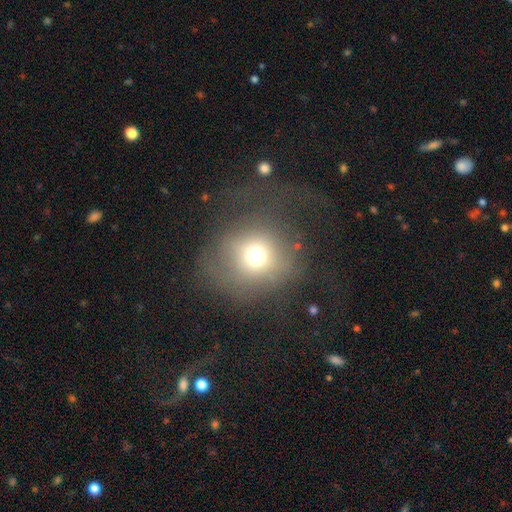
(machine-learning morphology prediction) The model was most divided on "merging": none: 59%, major disturbance: 22%, minor disturbance: 16%, merger: 2%. More confident: how rounded — round (87%); smooth or featured — smooth (65%).